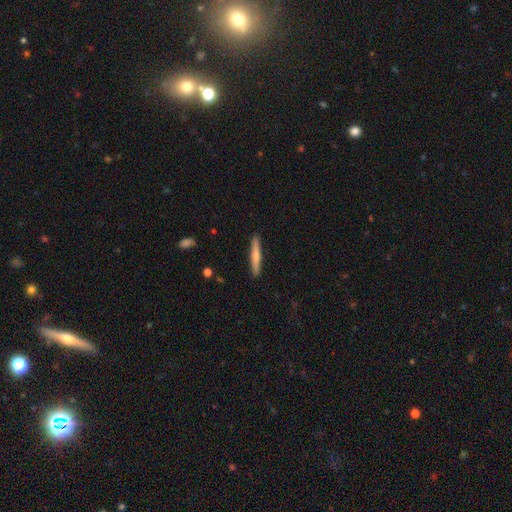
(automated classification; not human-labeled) smooth_or_featured: smooth (p=0.57) [alt: featured or disk p=0.37]
how_rounded: cigar-shaped (p=0.94) [alt: in between p=0.05]
merging: none (p=0.91) [alt: minor disturbance p=0.06]